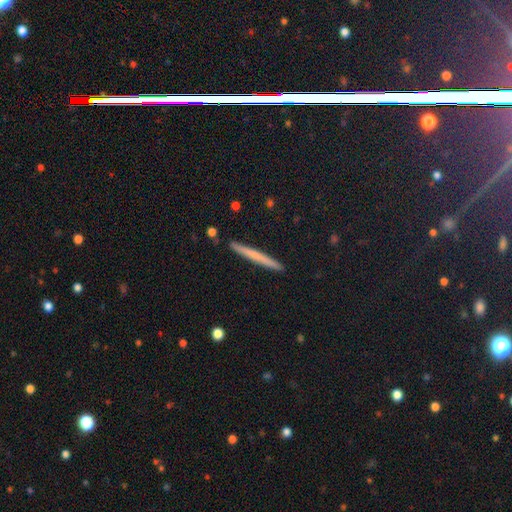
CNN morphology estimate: smooth 59%, featured or disk 34%, star or artifact 7%. Down the decision tree: how rounded — cigar-shaped (97%); merging — none (91%).